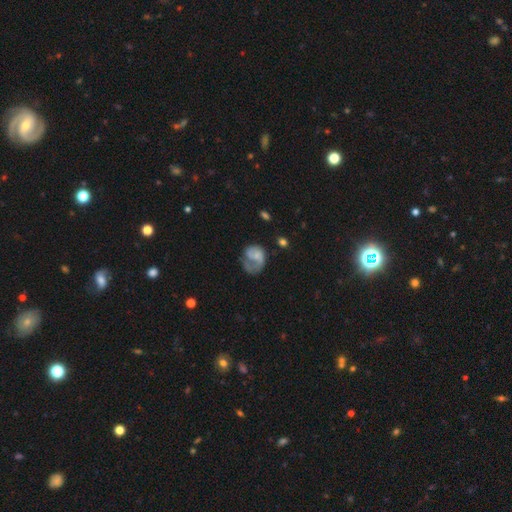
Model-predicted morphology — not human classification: This appears to be a featured or disk galaxy (53%) with no bar (75%), spiral arms (70%) and a small central bulge (42%). Merging: major disturbance (45%).